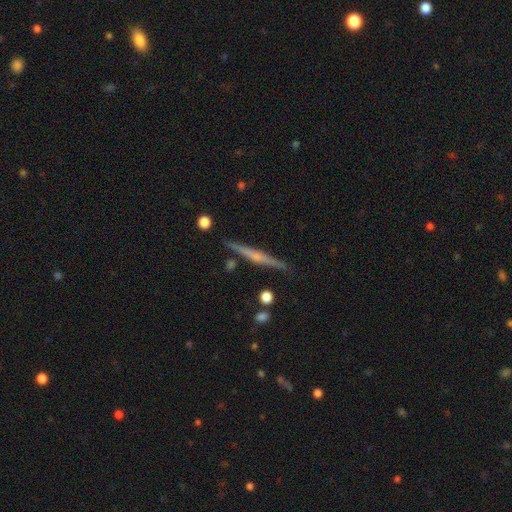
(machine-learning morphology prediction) Smooth or featured?
  - featured or disk: 69% *
  - smooth: 25%
  - star or artifact: 6%
Edge-on disk?
  - yes: 98% *
  - no: 2%
Edge-on bulge?
  - rounded: 60% *
  - none: 29%
  - boxy: 11%
Merging?
  - none: 88% *
  - minor disturbance: 8%
  - merger: 2%
  - major disturbance: 2%